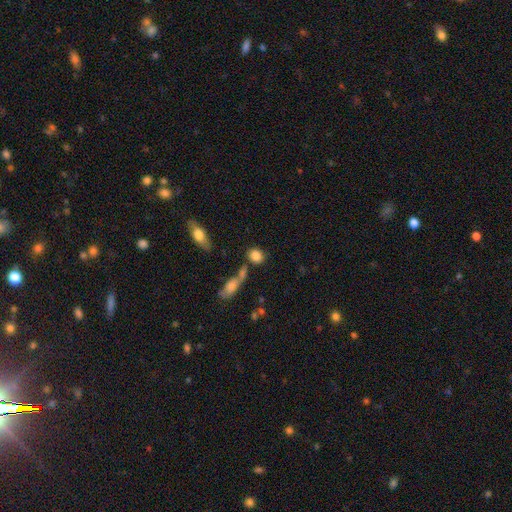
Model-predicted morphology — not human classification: smooth-or-featured: smooth: 84% | star or artifact: 9% | featured or disk: 7%
  how-rounded: round: 58% | in between: 39% | cigar-shaped: 3%
  merging: none: 66% | merger: 16% | minor disturbance: 13% | major disturbance: 5%